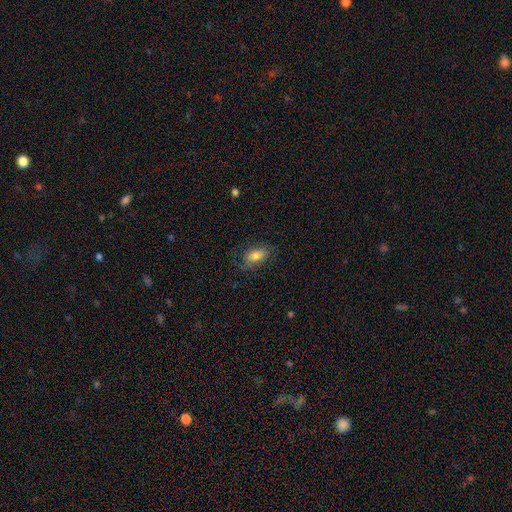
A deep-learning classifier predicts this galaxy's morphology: Q: Smooth or featured?
A: smooth (74%); runner-up: featured or disk (17%)
Q: How rounded?
A: in between (89%); runner-up: round (8%)
Q: Merging?
A: none (71%); runner-up: minor disturbance (19%)